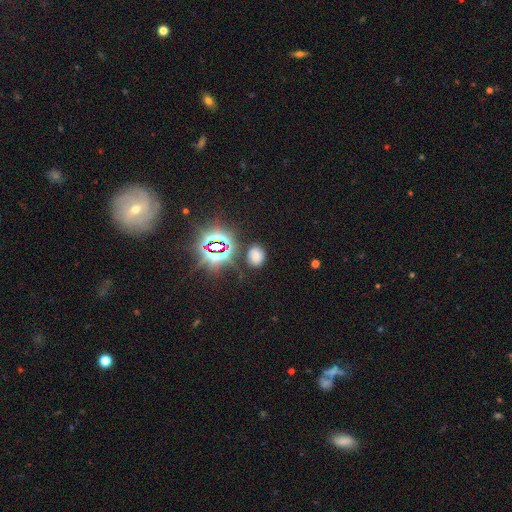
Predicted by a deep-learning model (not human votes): Smooth or featured: smooth — 57% (star or artifact — 32%)
How rounded: in between — 56% (round — 42%)
Merging: none — 79% (minor disturbance — 13%)